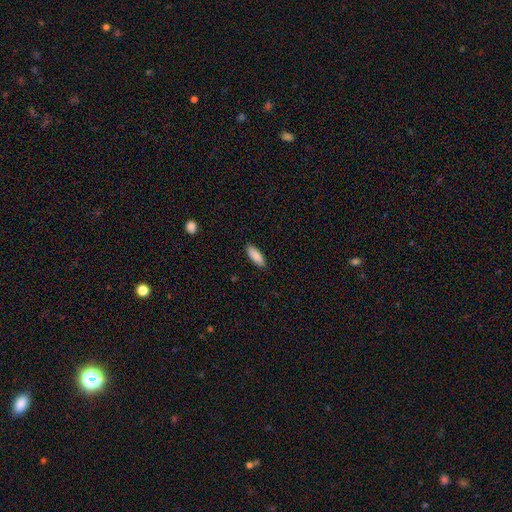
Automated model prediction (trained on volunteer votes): Smooth or featured?
  - smooth: 88% *
  - featured or disk: 6%
  - star or artifact: 6%
How rounded?
  - in between: 73% *
  - cigar-shaped: 26%
  - round: 2%
Merging?
  - none: 87% *
  - minor disturbance: 10%
  - major disturbance: 2%
  - merger: 1%